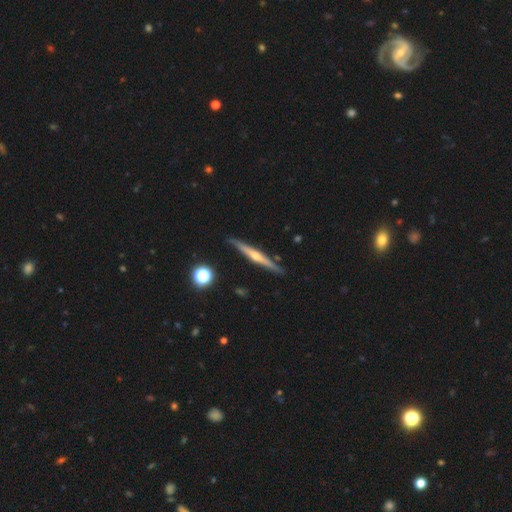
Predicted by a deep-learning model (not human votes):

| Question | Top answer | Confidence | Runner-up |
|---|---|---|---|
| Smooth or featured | featured or disk | 72% | smooth (22%) |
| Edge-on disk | yes | 98% | no (2%) |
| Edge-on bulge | rounded | 81% | none (14%) |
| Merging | none | 88% | minor disturbance (8%) |